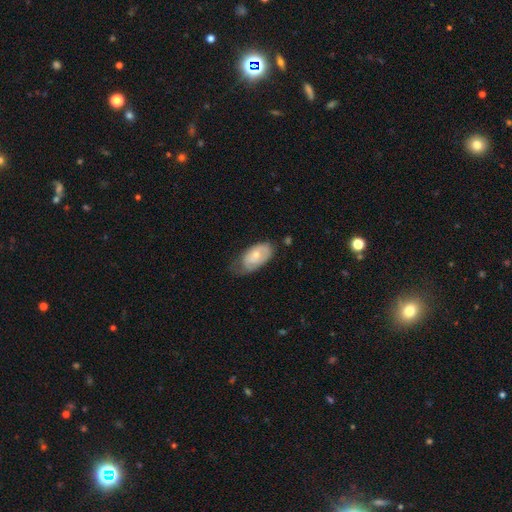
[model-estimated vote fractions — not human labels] The model was most divided on "merging": none: 44%, minor disturbance: 39%, major disturbance: 15%, merger: 2%. More confident: how rounded — in between (93%); smooth or featured — smooth (55%).